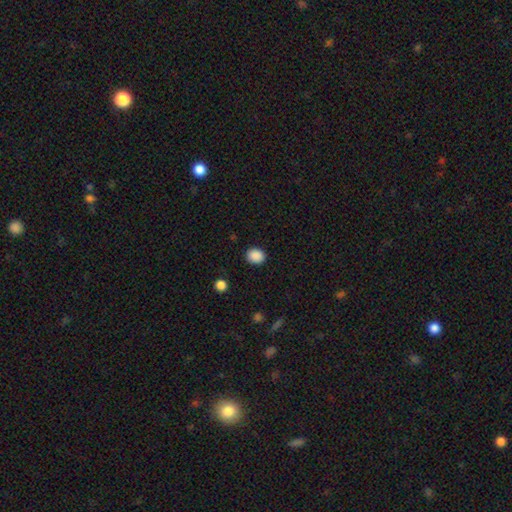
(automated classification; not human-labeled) smooth_or_featured: smooth (p=0.88) [alt: star or artifact p=0.09]
how_rounded: round (p=0.61) [alt: in between p=0.38]
merging: none (p=0.88) [alt: minor disturbance p=0.08]